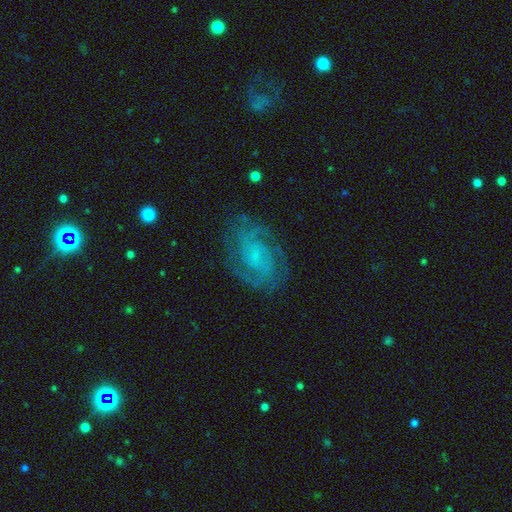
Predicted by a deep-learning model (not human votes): Smooth or featured? featured or disk (83%)
Edge-on disk? no (97%)
Bar? no (59%)
Spiral arms? yes (96%)
Spiral winding? tight (52%)
Spiral arm count? 2 (46%)
Bulge size? small (64%)
Merging? none (78%)